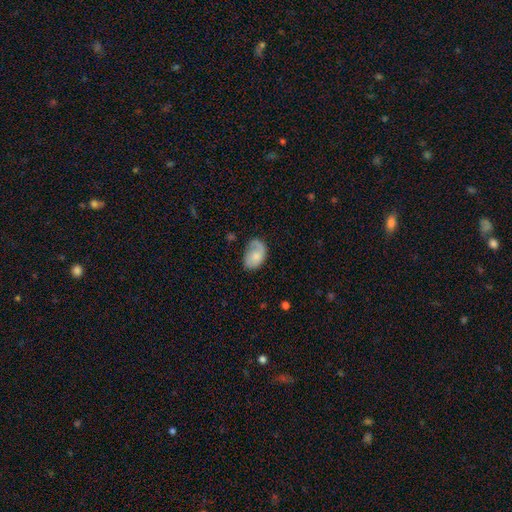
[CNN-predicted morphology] A smooth galaxy with no disk features (49%).

Vote fractions:
- Smooth or featured? smooth: 49% / featured or disk: 44% / star or artifact: 7%
- Merging? none: 53% / minor disturbance: 27% / major disturbance: 18% / merger: 2%